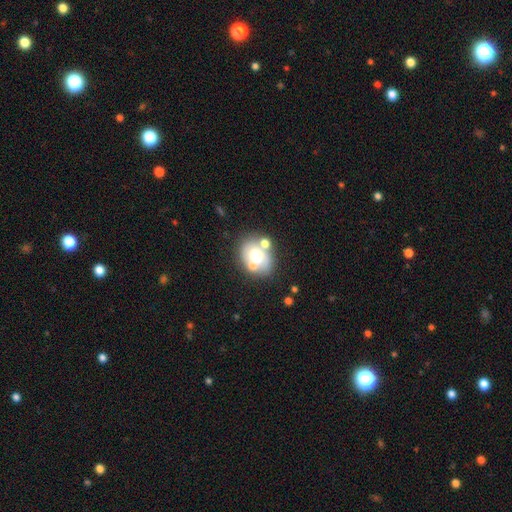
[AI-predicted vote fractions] Smooth or featured? smooth (56%)
How rounded? round (50%)
Merging? none (57%)